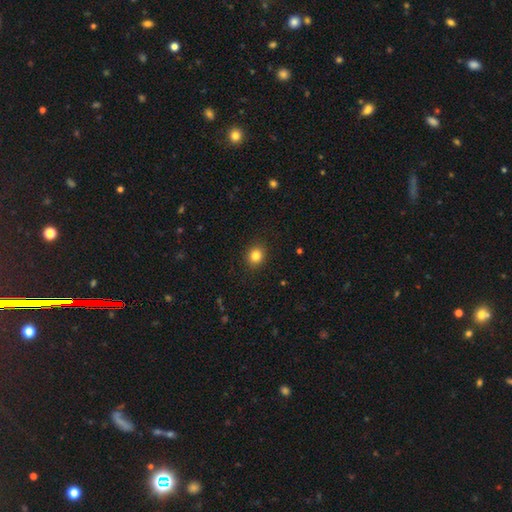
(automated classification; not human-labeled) This is clearly a smooth galaxy (83%). How rounded: likely round (77%). Merging: clearly none (91%).